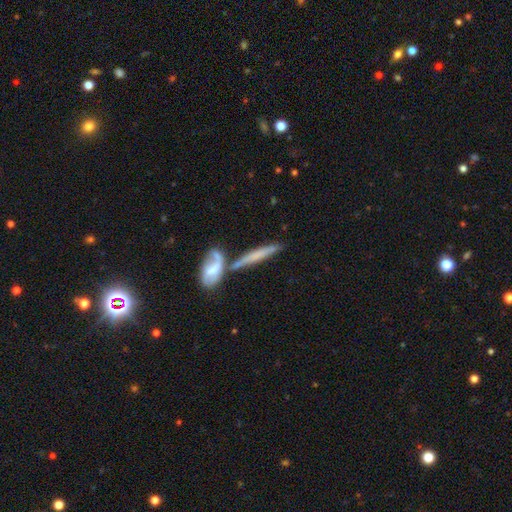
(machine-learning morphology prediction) smooth_or_featured: featured or disk (p=0.51) [alt: smooth p=0.41]
disk_edge_on: yes (p=0.76) [alt: no p=0.24]
merging: none (p=0.49) [alt: merger p=0.33]